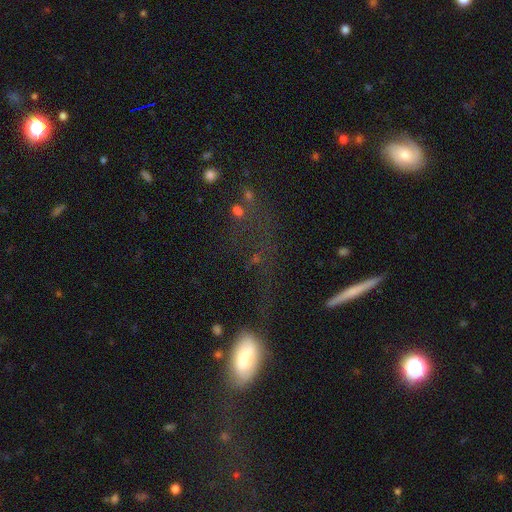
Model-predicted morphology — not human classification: Smooth or featured?
  - smooth: 37% *
  - featured or disk: 33%
  - star or artifact: 30%
Merging?
  - none: 44% *
  - major disturbance: 29%
  - minor disturbance: 17%
  - merger: 10%